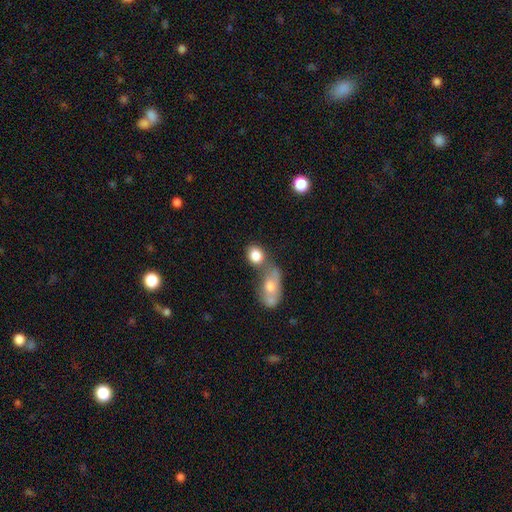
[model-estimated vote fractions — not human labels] The model was most divided on "how rounded": round: 53%, in between: 45%, cigar-shaped: 2%. Remaining: smooth or featured — smooth (81%); merging — merger (48%).